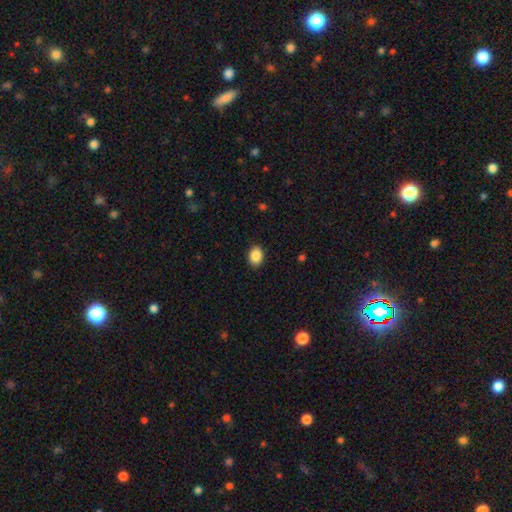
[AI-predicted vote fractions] A smooth galaxy with no disk features (88%) that is in between round and cigar-shaped (66%). Merging: none (89%).